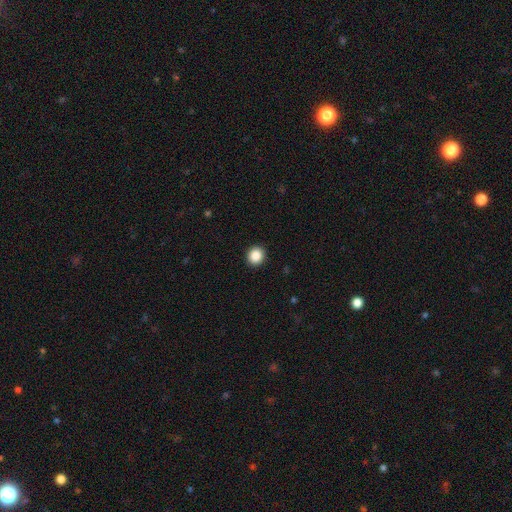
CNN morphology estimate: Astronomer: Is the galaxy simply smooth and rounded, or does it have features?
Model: smooth — 87%.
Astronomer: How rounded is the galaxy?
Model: round — 86%.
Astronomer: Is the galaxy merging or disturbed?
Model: none — 92%.